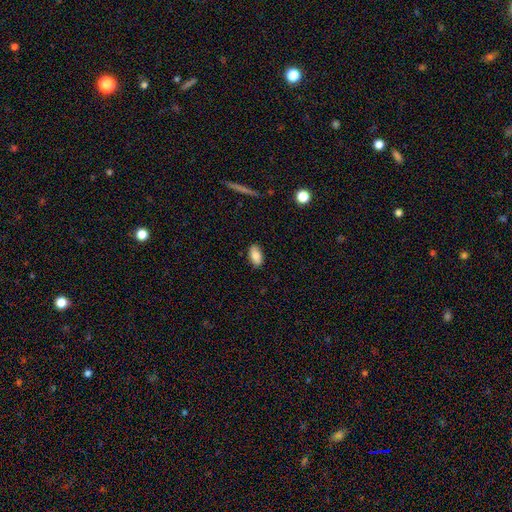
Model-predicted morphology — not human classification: smooth_or_featured: smooth (p=0.82) [alt: featured or disk p=0.11]
how_rounded: in between (p=0.92) [alt: round p=0.04]
merging: none (p=0.85) [alt: minor disturbance p=0.12]